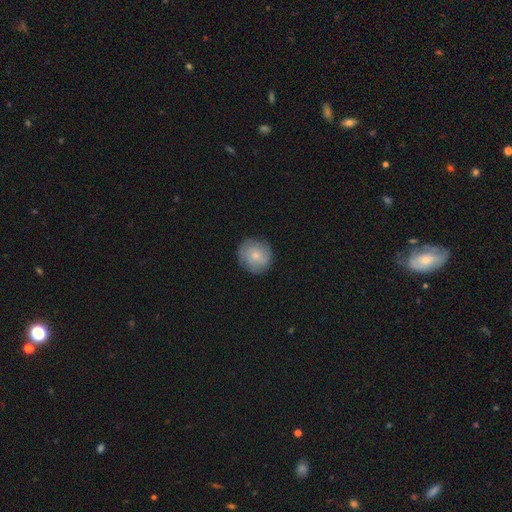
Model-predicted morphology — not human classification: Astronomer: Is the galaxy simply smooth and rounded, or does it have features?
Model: smooth — 65%.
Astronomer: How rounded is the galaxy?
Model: round — 91%.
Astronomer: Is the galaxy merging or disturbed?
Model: none — 82%.